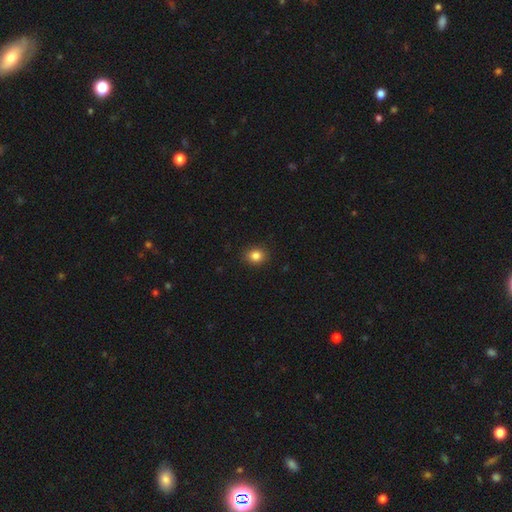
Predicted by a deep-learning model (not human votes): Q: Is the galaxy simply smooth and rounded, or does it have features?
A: smooth — 84%.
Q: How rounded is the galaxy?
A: round — 71%.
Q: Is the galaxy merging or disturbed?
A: none — 90%.